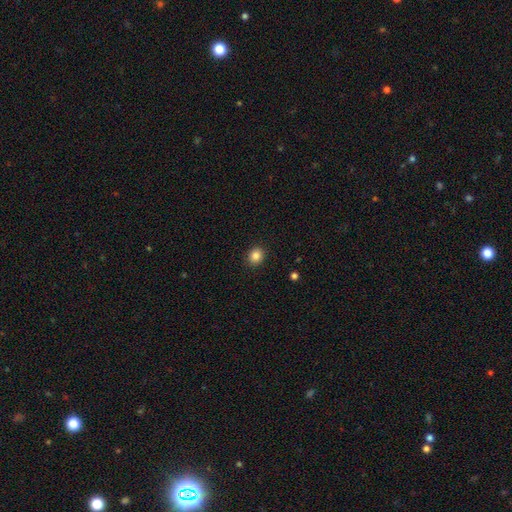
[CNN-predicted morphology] Overall: smooth (85%). How rounded: round (73%). Merging: none (91%).